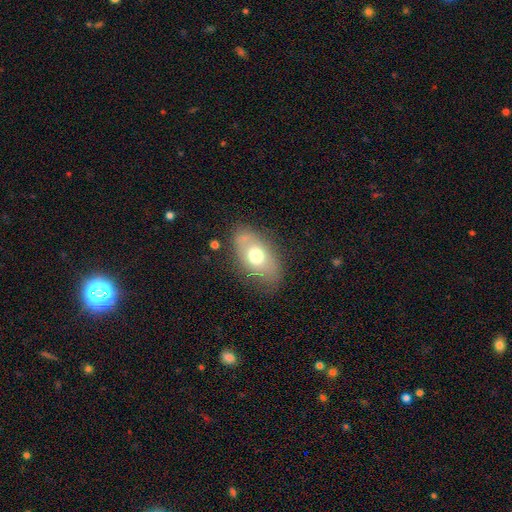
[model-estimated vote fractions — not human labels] smooth_or_featured: smooth (p=0.61) [alt: featured or disk p=0.30]
how_rounded: in between (p=0.88) [alt: round p=0.09]
merging: none (p=0.70) [alt: minor disturbance p=0.21]